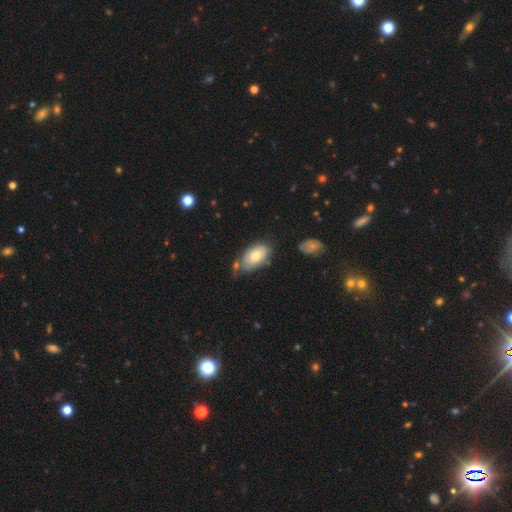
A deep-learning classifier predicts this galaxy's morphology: Smooth or featured? smooth (74%)
How rounded? in between (93%)
Merging? none (58%)